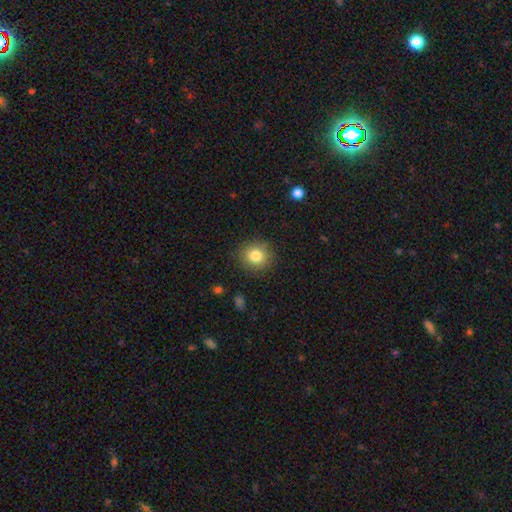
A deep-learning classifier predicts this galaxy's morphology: Smooth or featured? Predicted: smooth (p=0.82). How rounded? Predicted: round (p=0.87). Merging? Predicted: none (p=0.89).